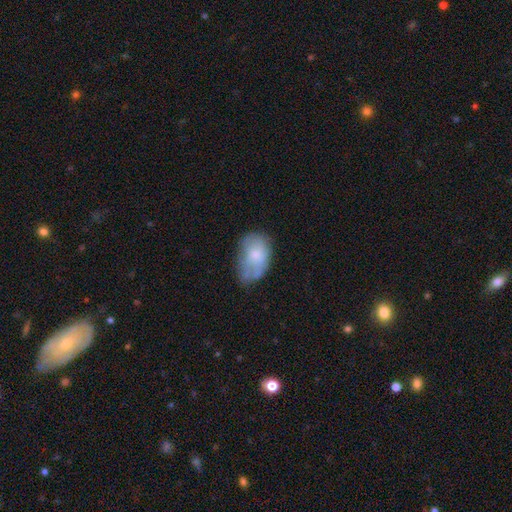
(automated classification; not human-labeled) A smooth galaxy with no disk features (63%) that is in between round and cigar-shaped (87%).

Vote fractions:
- Smooth or featured? smooth: 63% / featured or disk: 29% / star or artifact: 8%
- How rounded? in between: 87% / round: 11% / cigar-shaped: 1%
- Merging? none: 42% / minor disturbance: 37% / major disturbance: 17% / merger: 4%